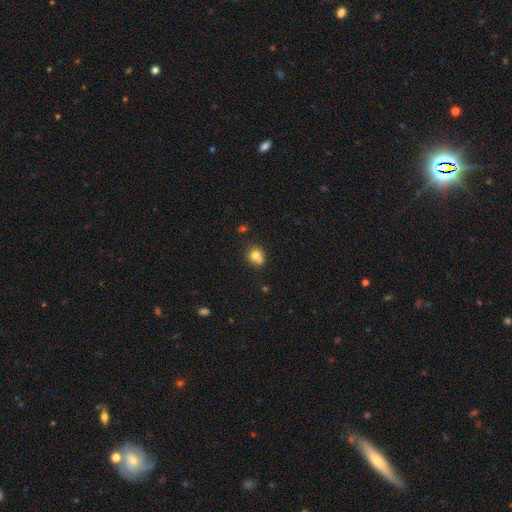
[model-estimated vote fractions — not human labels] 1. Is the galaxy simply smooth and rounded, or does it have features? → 76% smooth, 12% featured or disk, 11% star or artifact.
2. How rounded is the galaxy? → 78% round, 21% in between, 1% cigar-shaped.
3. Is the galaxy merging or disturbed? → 54% none, 29% merger, 14% minor disturbance, 4% major disturbance.